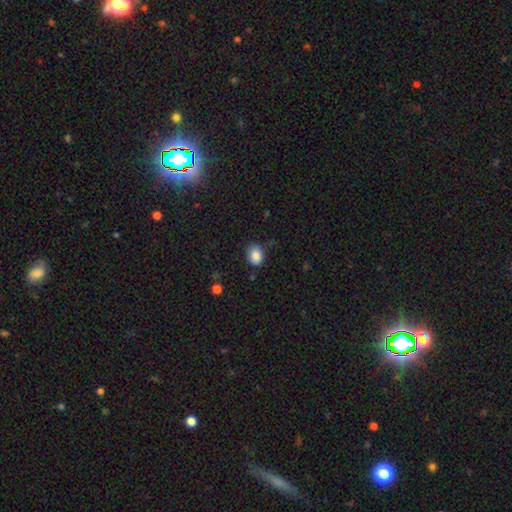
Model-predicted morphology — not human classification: A smooth galaxy with no disk features (86%) that is in between round and cigar-shaped (58%).

Vote fractions:
- Smooth or featured? smooth: 86% / star or artifact: 9% / featured or disk: 5%
- How rounded? in between: 58% / round: 41% / cigar-shaped: 1%
- Merging? none: 74% / minor disturbance: 20% / major disturbance: 4% / merger: 2%